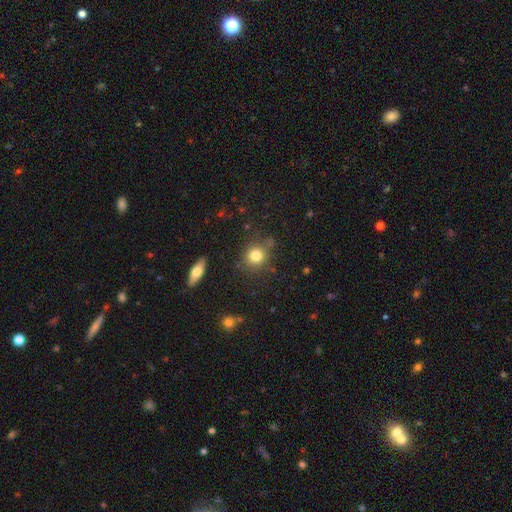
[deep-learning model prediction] smooth-or-featured: smooth: 81% | star or artifact: 11% | featured or disk: 8%
  how-rounded: round: 83% | in between: 15% | cigar-shaped: 1%
  merging: none: 80% | minor disturbance: 11% | merger: 5% | major disturbance: 3%